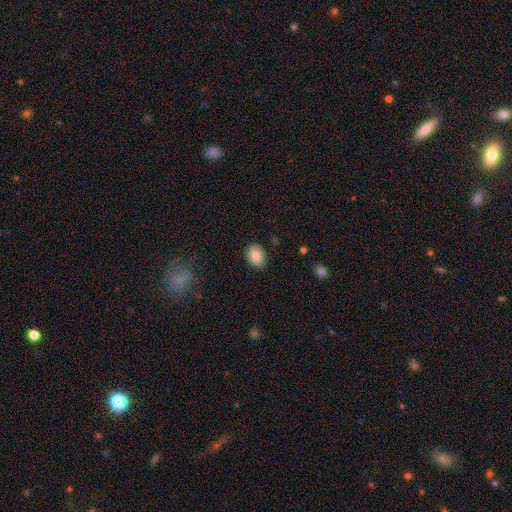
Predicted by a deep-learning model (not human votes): Smooth or featured? Predicted: smooth (p=0.86). How rounded? Predicted: in between (p=0.75). Merging? Predicted: none (p=0.87).